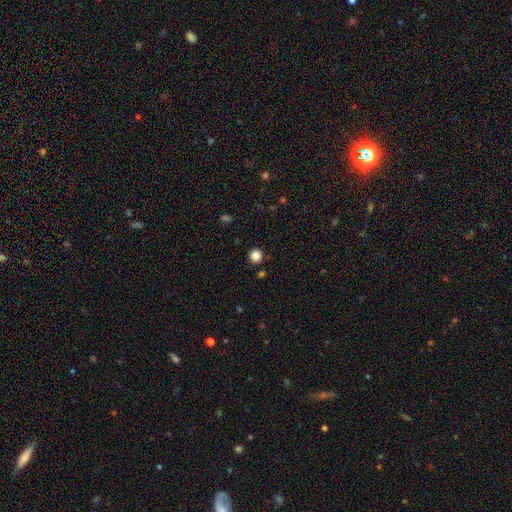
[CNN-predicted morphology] Overall: smooth (85%). How rounded: round (93%). Merging: none (90%).